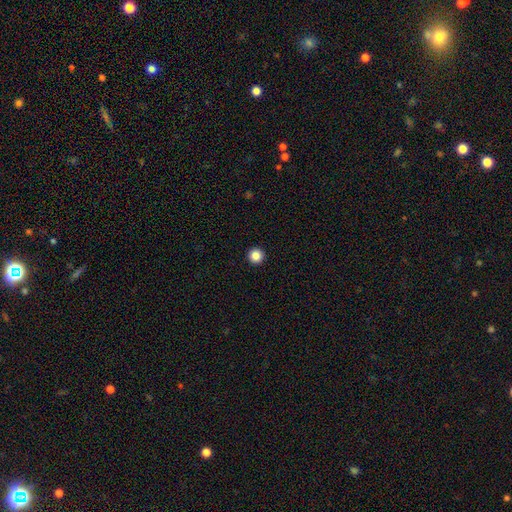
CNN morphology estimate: A smooth galaxy with no disk features (86%) that is round (97%). Merging: none (94%).